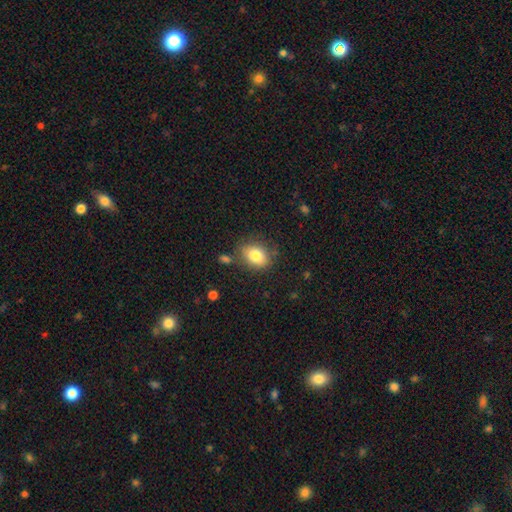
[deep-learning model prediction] smooth 82%, featured or disk 10%, star or artifact 8%. Down the decision tree: how rounded — in between (71%); merging — none (76%).